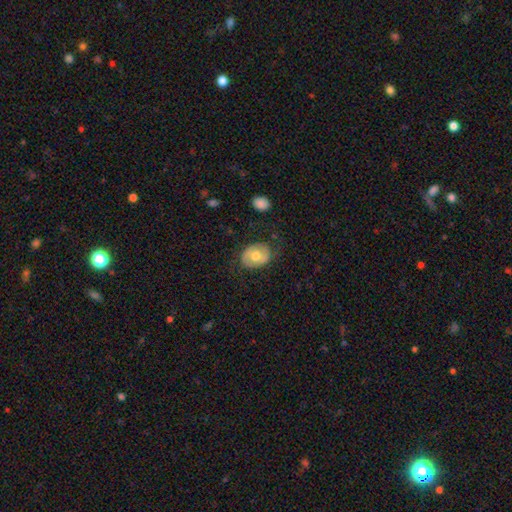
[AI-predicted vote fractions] Smooth or featured: smooth — 58% (featured or disk — 35%)
How rounded: in between — 64% (round — 35%)
Merging: none — 71% (minor disturbance — 20%)